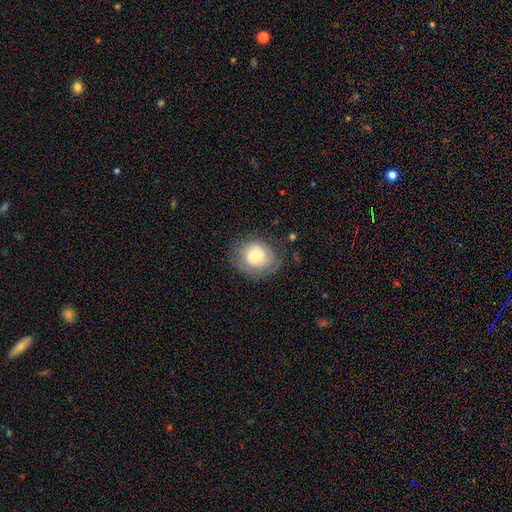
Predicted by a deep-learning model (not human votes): smooth 67%, featured or disk 25%, star or artifact 8%. Down the decision tree: how rounded — round (74%); merging — none (69%).